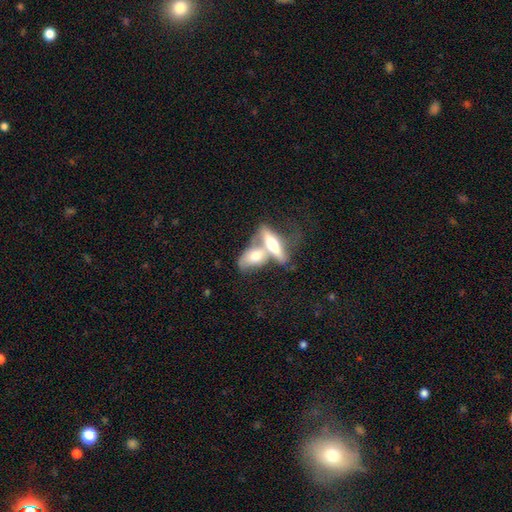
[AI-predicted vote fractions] smooth 54%, featured or disk 40%, star or artifact 6%. Down the decision tree: how rounded — in between (68%); merging — merger (67%).